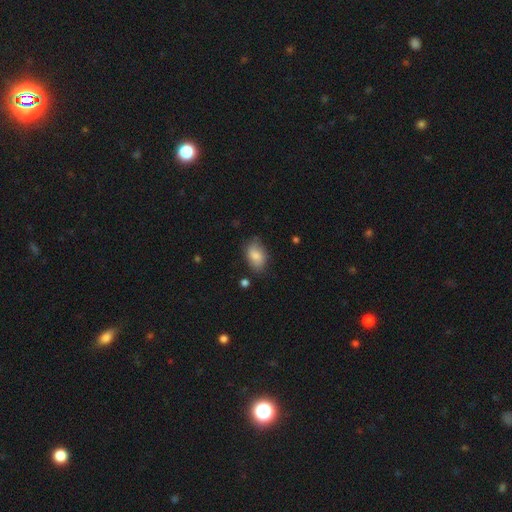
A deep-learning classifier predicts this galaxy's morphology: Q: Smooth or featured?
A: smooth (80%); runner-up: featured or disk (12%)
Q: How rounded?
A: in between (87%); runner-up: round (12%)
Q: Merging?
A: none (71%); runner-up: minor disturbance (22%)